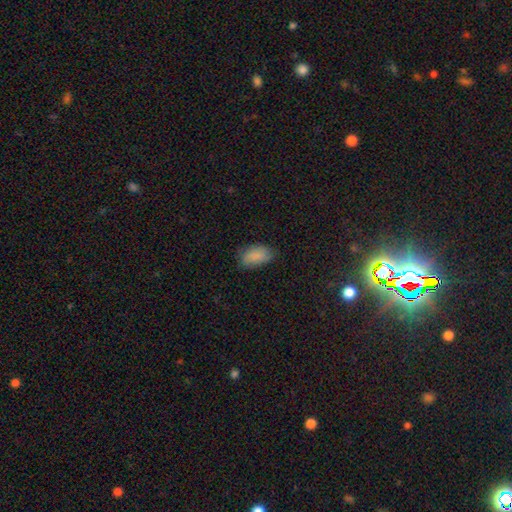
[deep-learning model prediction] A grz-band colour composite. It shows a smooth galaxy with no disk features (85%) that is in between round and cigar-shaped (93%). Merging: none (68%).